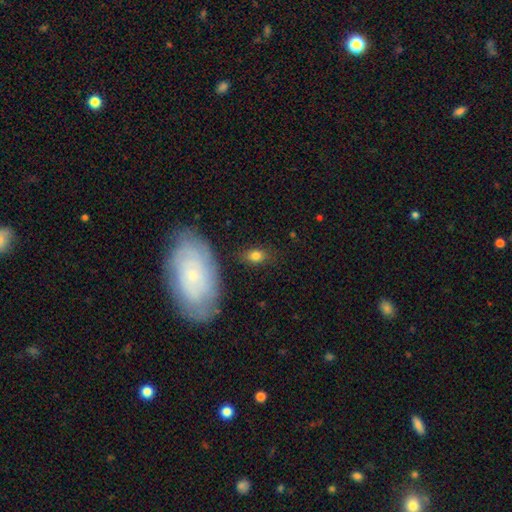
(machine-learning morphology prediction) This is likely a smooth galaxy (79%). How rounded: likely in between (78%). Merging: likely none (78%).